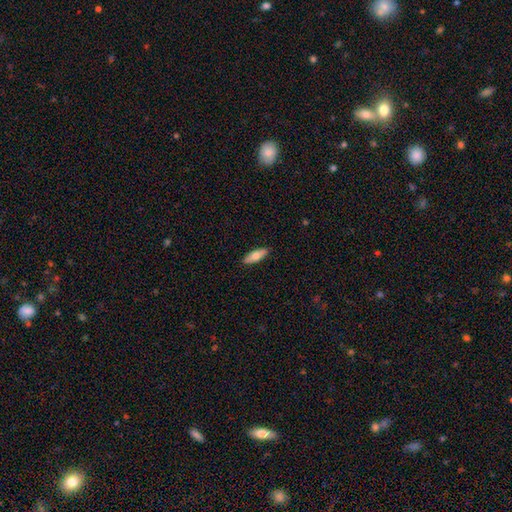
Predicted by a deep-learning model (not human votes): Smooth or featured? smooth (72%)
How rounded? in between (62%)
Merging? none (89%)